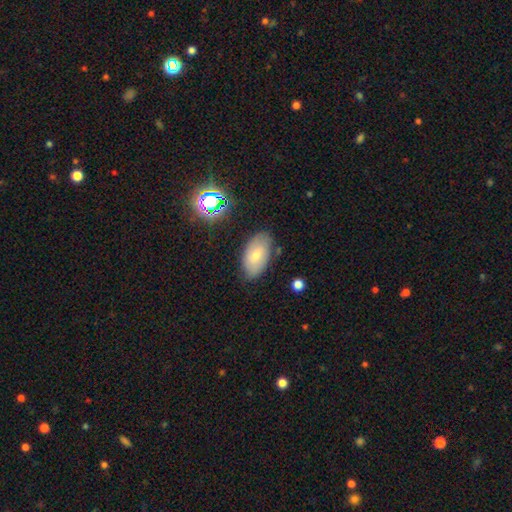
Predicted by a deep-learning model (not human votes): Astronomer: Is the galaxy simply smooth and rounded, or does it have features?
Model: smooth — 64%.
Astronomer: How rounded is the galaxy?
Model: in between — 94%.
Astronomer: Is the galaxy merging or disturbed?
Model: none — 76%.